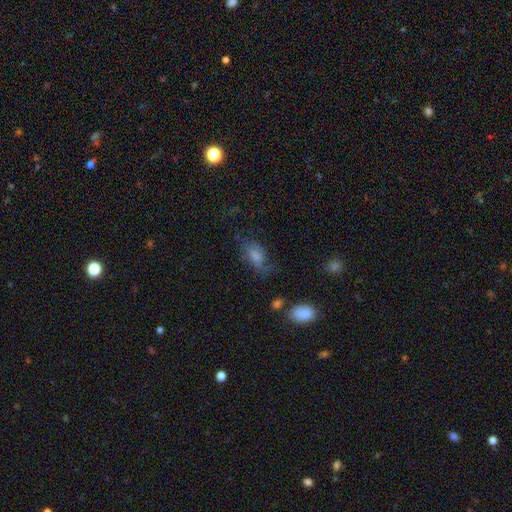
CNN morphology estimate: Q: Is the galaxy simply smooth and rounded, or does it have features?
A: smooth — 64%.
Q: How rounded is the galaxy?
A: in between — 87%.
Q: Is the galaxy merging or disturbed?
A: none — 44%.